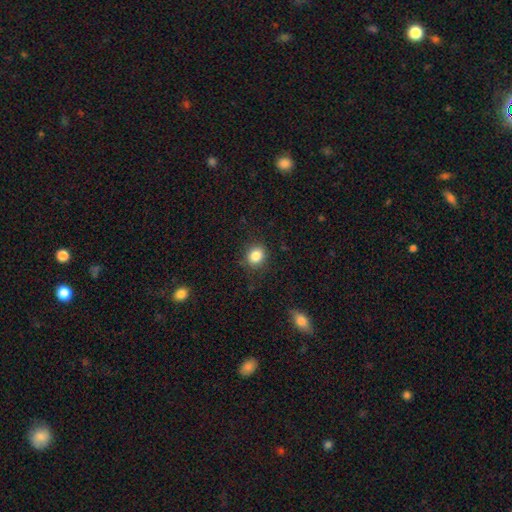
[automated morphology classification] The model was most divided on "how rounded": round: 73%, in between: 26%, cigar-shaped: 1%. More confident: merging — none (86%); smooth or featured — smooth (85%).